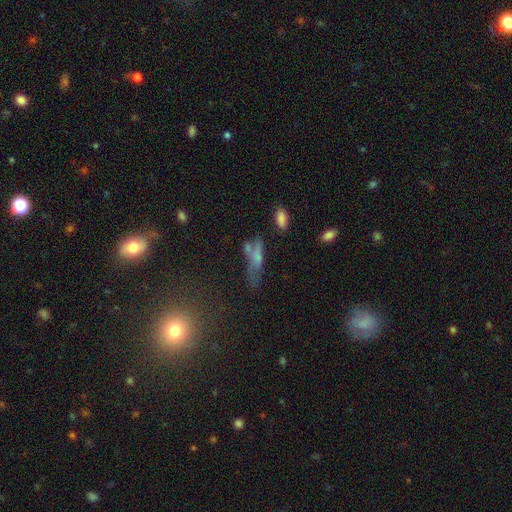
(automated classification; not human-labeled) smooth_or_featured: smooth (p=0.56) [alt: featured or disk p=0.27]
how_rounded: cigar-shaped (p=0.53) [alt: in between p=0.43]
merging: none (p=0.33) [alt: minor disturbance p=0.24]